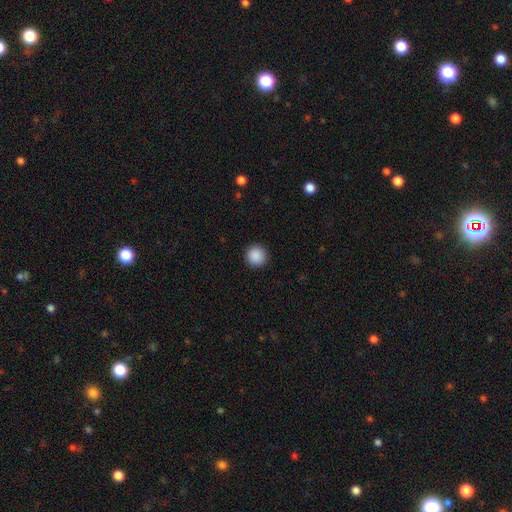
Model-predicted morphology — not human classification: This appears to be a smooth galaxy with no disk features (89%) that is round (96%). Merging: none (93%).